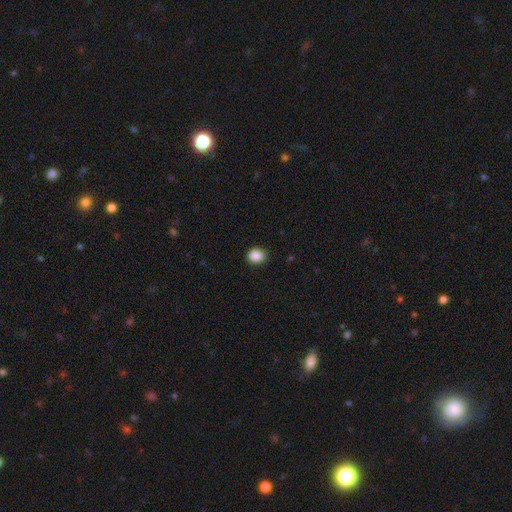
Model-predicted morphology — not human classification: Smooth or featured: smooth — 88% (star or artifact — 9%)
How rounded: round — 69% (in between — 30%)
Merging: none — 89% (minor disturbance — 8%)